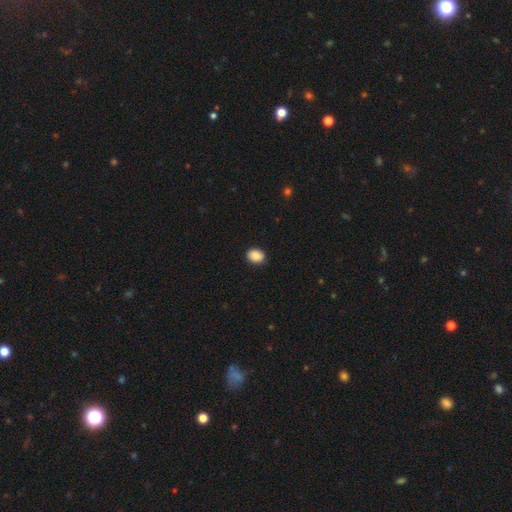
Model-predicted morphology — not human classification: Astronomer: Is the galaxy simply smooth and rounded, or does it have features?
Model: smooth — 89%.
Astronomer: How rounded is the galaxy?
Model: in between — 56% (runner-up: round, 43%).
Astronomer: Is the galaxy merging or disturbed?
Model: none — 89%.